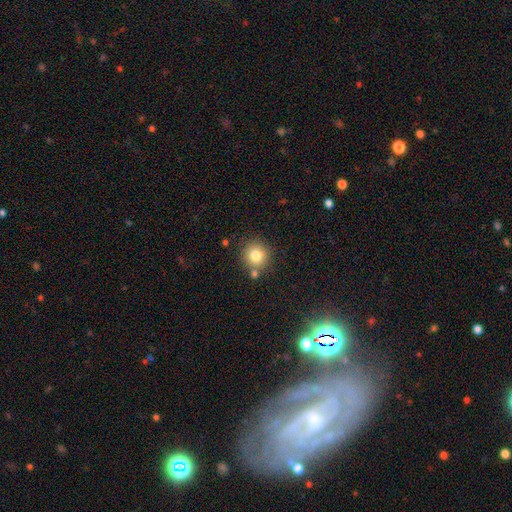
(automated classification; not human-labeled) Smooth or featured?
  - smooth: 79% *
  - star or artifact: 11%
  - featured or disk: 9%
How rounded?
  - round: 93% *
  - in between: 6%
  - cigar-shaped: 1%
Merging?
  - none: 77% *
  - merger: 11%
  - minor disturbance: 9%
  - major disturbance: 3%